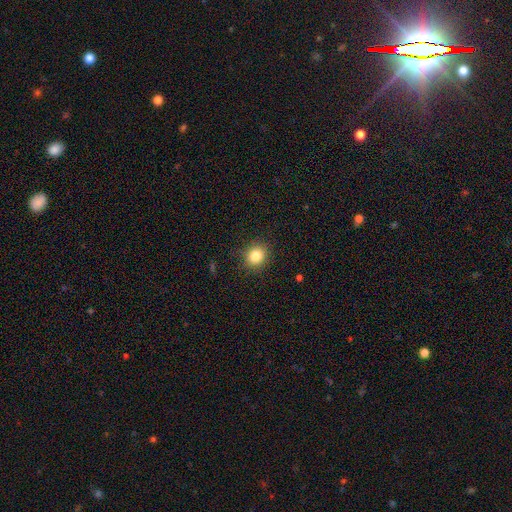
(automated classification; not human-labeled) The model was most divided on "how rounded": round: 79%, in between: 20%, cigar-shaped: 1%. More confident: merging — none (88%); smooth or featured — smooth (82%).